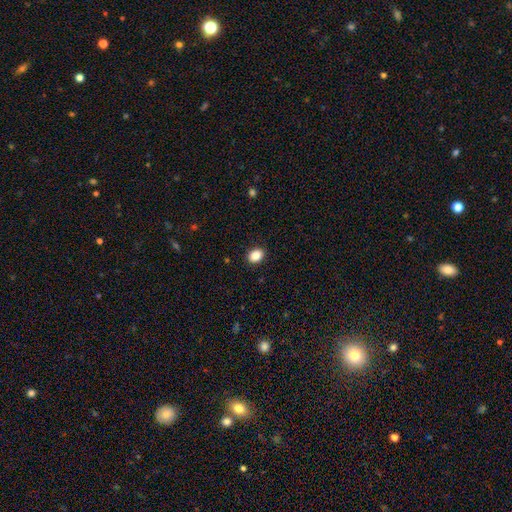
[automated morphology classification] Smooth or featured? Predicted: smooth (p=0.88). How rounded? Predicted: in between (p=0.70). Merging? Predicted: none (p=0.89).